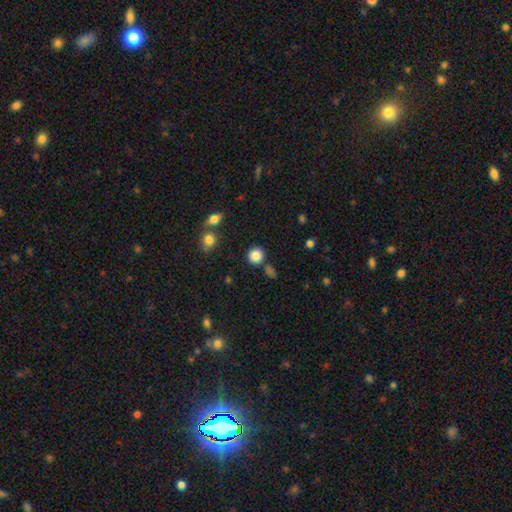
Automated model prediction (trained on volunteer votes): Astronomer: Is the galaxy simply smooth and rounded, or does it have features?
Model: smooth — 85%.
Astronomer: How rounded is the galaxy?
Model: round — 89%.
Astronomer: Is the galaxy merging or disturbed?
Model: none — 80%.